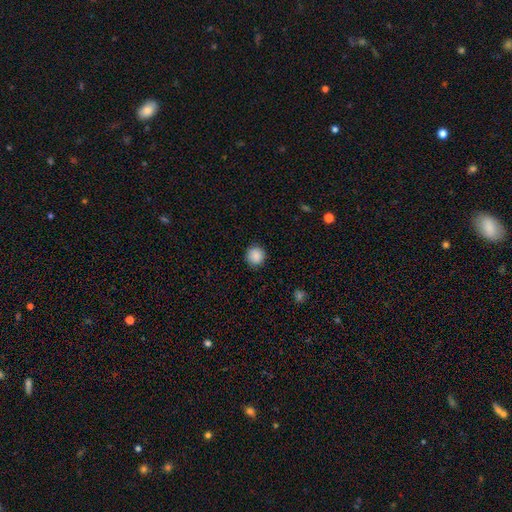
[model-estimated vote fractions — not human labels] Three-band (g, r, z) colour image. It shows a smooth galaxy with no disk features (88%) that is round (93%). Merging: none (90%).